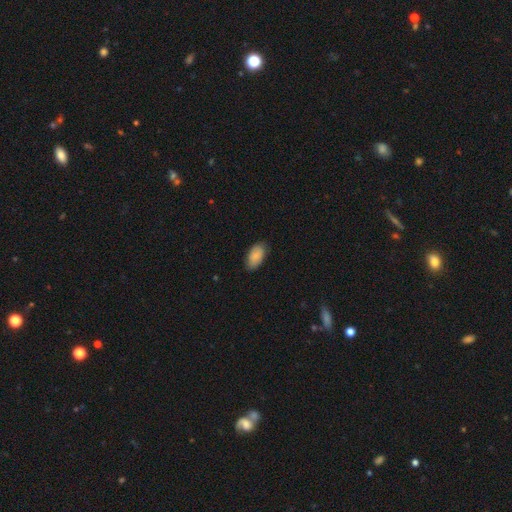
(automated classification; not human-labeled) This appears to be a smooth galaxy with no disk features (86%) that is in between round and cigar-shaped (95%). Merging: none (82%).